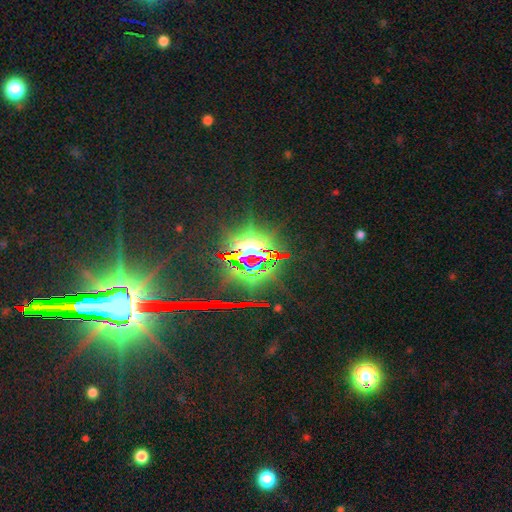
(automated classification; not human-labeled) This is clearly a star or artifact rather than a galaxy (81%).